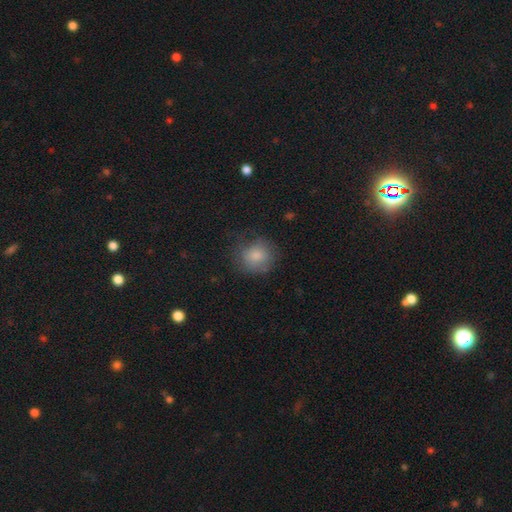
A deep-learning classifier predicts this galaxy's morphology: smooth_or_featured: smooth (p=0.80) [alt: featured or disk p=0.11]
how_rounded: round (p=0.79) [alt: in between p=0.20]
merging: none (p=0.64) [alt: minor disturbance p=0.23]